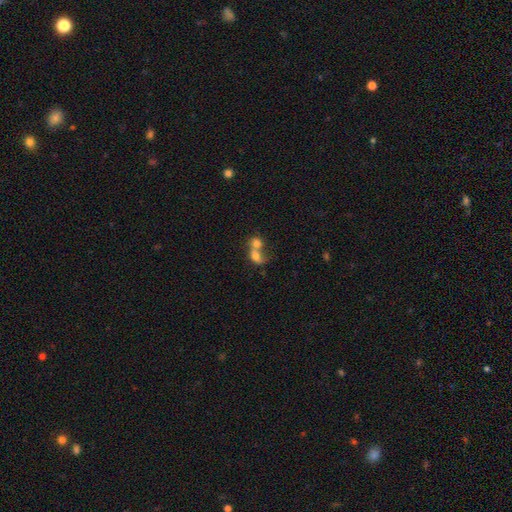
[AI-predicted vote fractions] Q: Smooth or featured?
A: smooth (69%); runner-up: featured or disk (21%)
Q: How rounded?
A: in between (52%); runner-up: round (46%)
Q: Merging?
A: merger (79%); runner-up: none (12%)